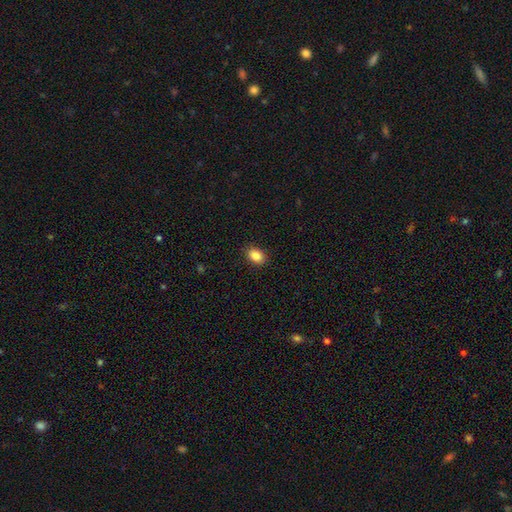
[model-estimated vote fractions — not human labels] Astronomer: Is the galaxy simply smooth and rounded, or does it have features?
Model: smooth — 85%.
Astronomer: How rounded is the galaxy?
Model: in between — 76%.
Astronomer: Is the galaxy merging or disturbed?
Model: none — 89%.